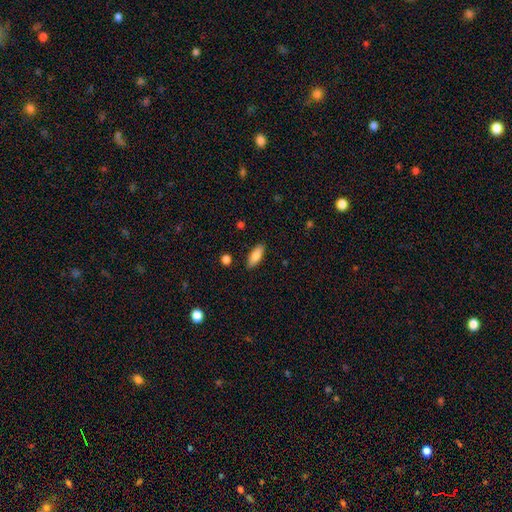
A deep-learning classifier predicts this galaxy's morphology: A smooth galaxy with no disk features (82%) that is in between round and cigar-shaped (72%). Merging: none (87%).